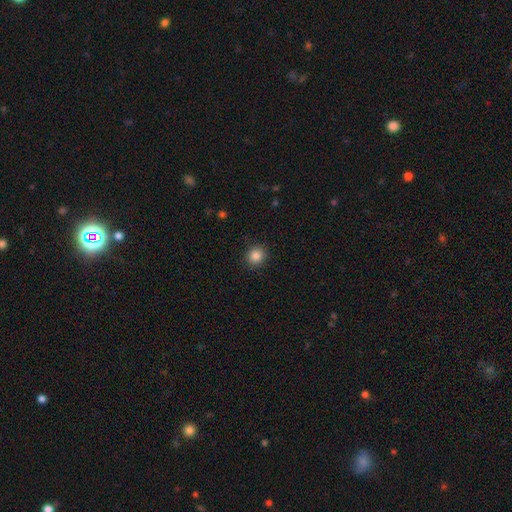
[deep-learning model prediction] This appears to be a smooth galaxy with no disk features (86%) that is round (87%). Merging: none (90%).